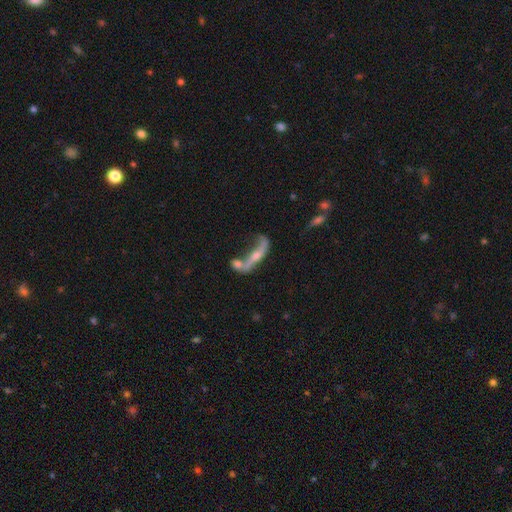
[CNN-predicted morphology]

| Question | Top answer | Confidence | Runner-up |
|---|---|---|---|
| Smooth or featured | featured or disk | 61% | smooth (29%) |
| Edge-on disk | no | 54% | yes (46%) |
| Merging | merger | 45% | none (24%) |